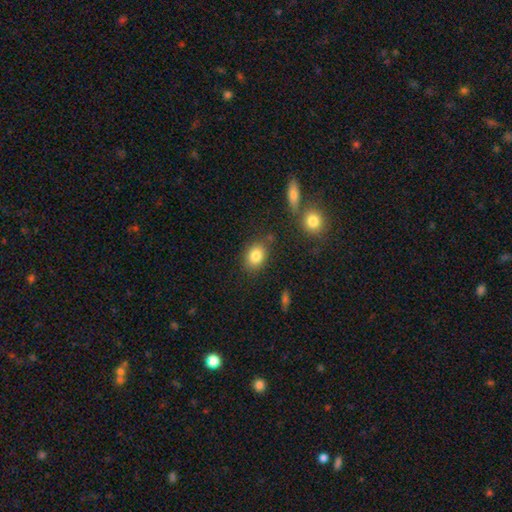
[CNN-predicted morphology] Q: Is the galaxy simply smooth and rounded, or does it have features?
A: smooth — 83%.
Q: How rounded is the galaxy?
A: in between — 67%.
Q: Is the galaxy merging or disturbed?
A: none — 79%.